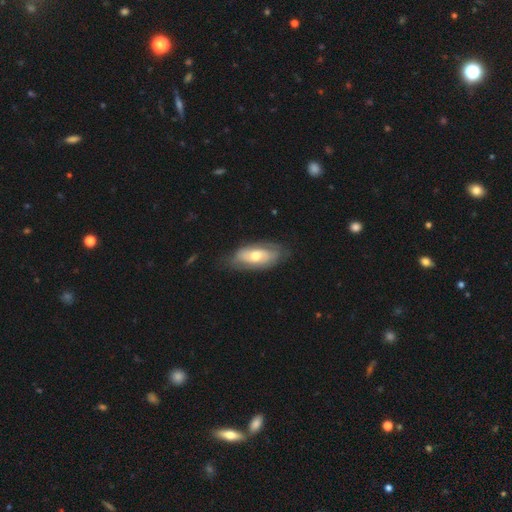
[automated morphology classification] Smooth or featured: featured or disk — 58% (smooth — 37%)
Edge-on disk: no — 88% (yes — 12%)
Bar: no — 68% (weak — 24%)
Spiral arms: yes — 61% (no — 39%)
Bulge size: moderate — 71% (small — 18%)
Merging: none — 70% (minor disturbance — 21%)